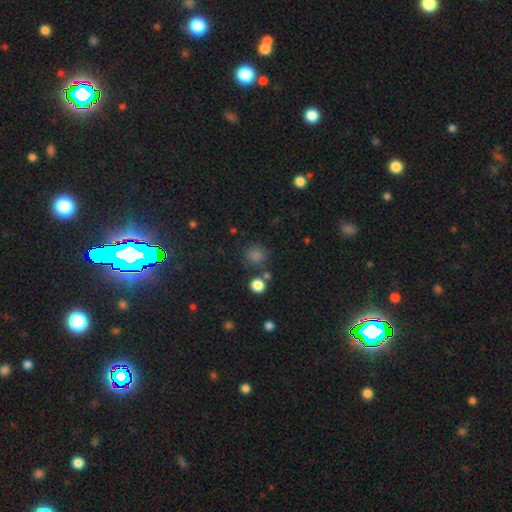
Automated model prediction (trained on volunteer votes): Smooth or featured? Predicted: smooth (p=0.55). How rounded? Predicted: round (p=0.90). Merging? Predicted: none (p=0.80).